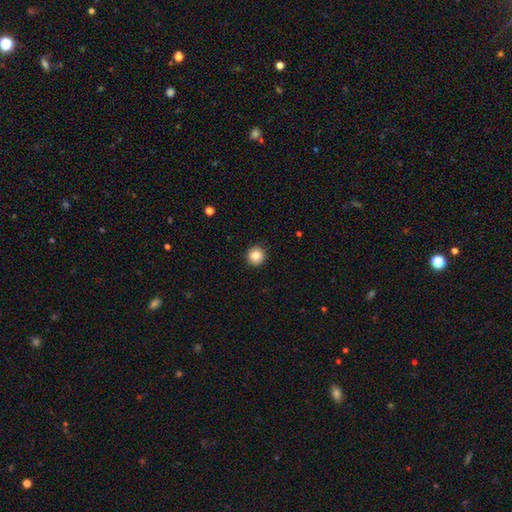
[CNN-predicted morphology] A smooth galaxy with no disk features (86%) that is round (95%). Merging: none (92%).